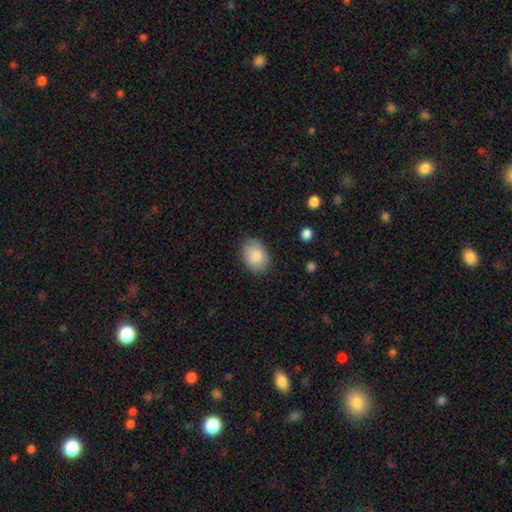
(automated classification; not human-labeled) Smooth or featured?
  - smooth: 86% *
  - featured or disk: 7%
  - star or artifact: 7%
How rounded?
  - in between: 75% *
  - round: 24%
  - cigar-shaped: 1%
Merging?
  - none: 83% *
  - minor disturbance: 13%
  - major disturbance: 3%
  - merger: 1%